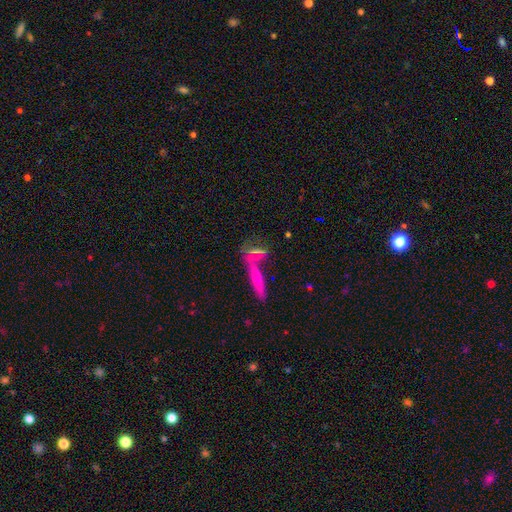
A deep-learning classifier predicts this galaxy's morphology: smooth-or-featured: smooth: 56% | featured or disk: 26% | star or artifact: 18%
  how-rounded: cigar-shaped: 65% | in between: 24% | round: 11%
  merging: none: 55% | merger: 27% | minor disturbance: 12% | major disturbance: 7%